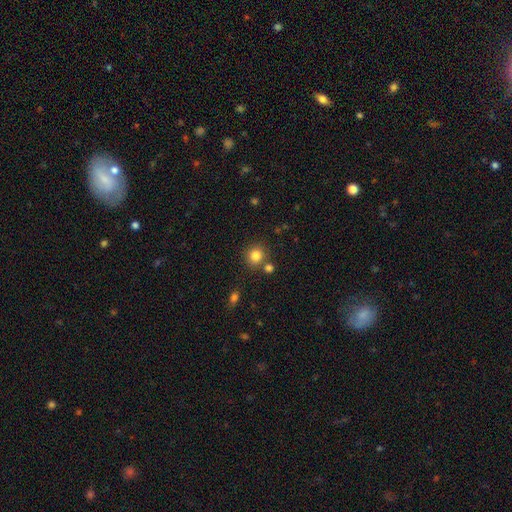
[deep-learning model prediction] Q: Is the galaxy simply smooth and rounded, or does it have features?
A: smooth — 82%.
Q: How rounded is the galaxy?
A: round — 87%.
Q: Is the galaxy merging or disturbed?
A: none — 76%.